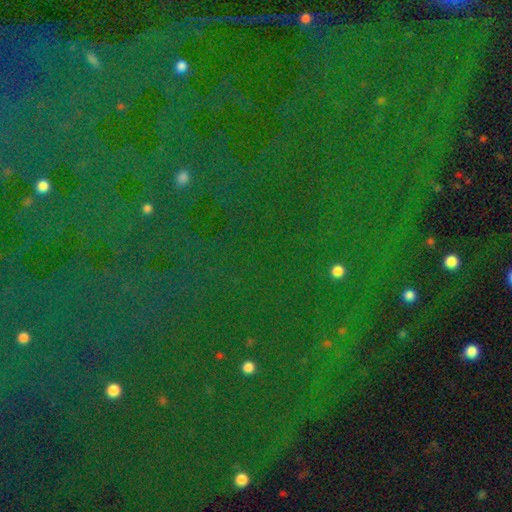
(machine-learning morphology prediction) Smooth or featured? Predicted: star or artifact (p=0.81).